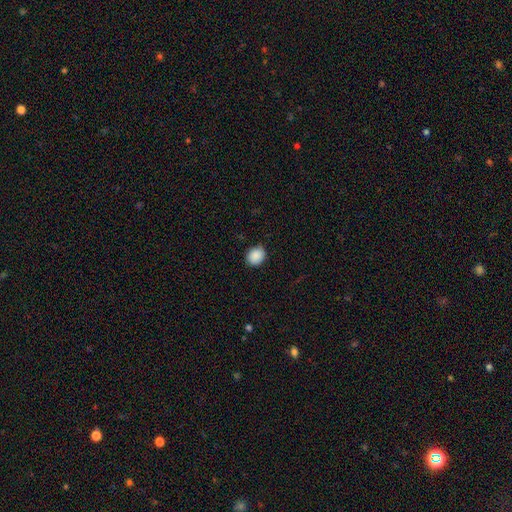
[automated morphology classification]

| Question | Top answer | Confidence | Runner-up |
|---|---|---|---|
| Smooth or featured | smooth | 89% | star or artifact (8%) |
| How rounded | round | 64% | in between (36%) |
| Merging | none | 84% | minor disturbance (12%) |